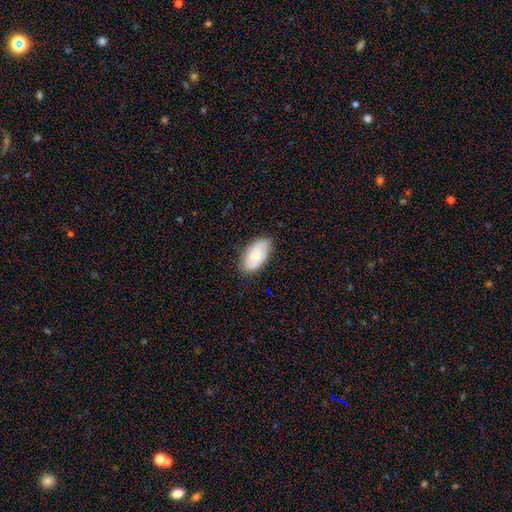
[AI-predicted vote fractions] Smooth or featured? Predicted: smooth (p=0.56). How rounded? Predicted: in between (p=0.94). Merging? Predicted: none (p=0.82).